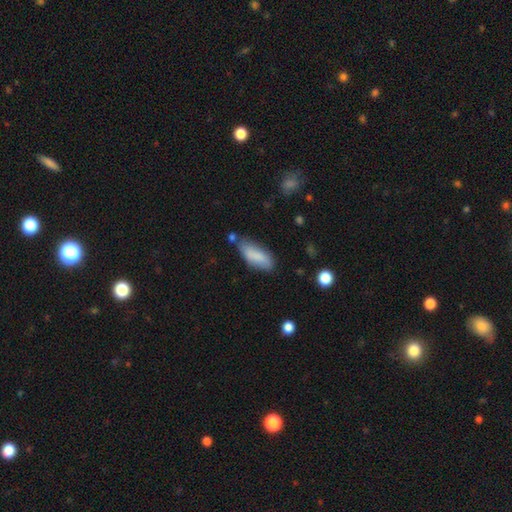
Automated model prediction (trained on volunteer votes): smooth_or_featured: smooth (p=0.84) [alt: featured or disk p=0.09]
how_rounded: in between (p=0.72) [alt: cigar-shaped p=0.26]
merging: none (p=0.64) [alt: minor disturbance p=0.23]